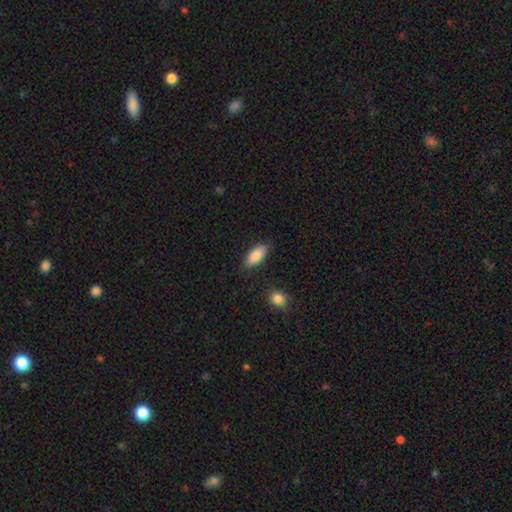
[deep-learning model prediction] Morphology: type=smooth (85%); roundness=in between (84%); merging=none (81%).